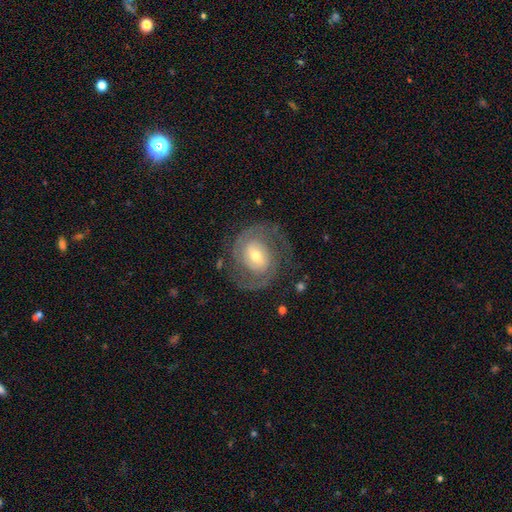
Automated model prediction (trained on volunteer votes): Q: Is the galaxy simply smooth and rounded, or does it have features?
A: featured or disk — 87%.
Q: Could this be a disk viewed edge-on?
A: no — 98%.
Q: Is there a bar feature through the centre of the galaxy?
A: weak — 44%.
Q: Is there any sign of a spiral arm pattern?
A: yes — 96%.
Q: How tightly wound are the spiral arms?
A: tight — 50%.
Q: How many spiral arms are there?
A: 2 — 85%.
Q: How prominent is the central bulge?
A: moderate — 58%.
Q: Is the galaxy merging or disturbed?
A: none — 77%.